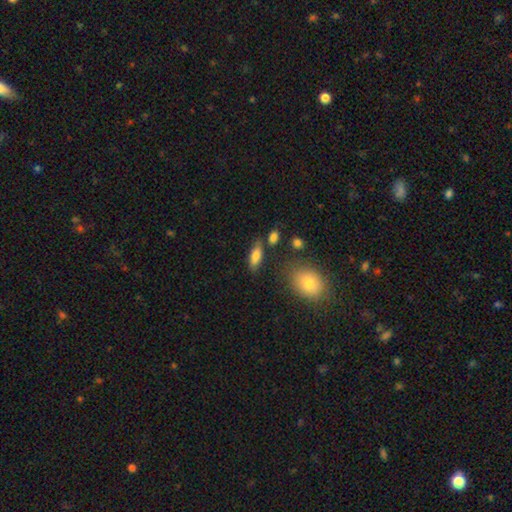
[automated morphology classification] A smooth galaxy with no disk features (78%) that is in between round and cigar-shaped (71%).

Vote fractions:
- Smooth or featured? smooth: 78% / featured or disk: 15% / star or artifact: 8%
- How rounded? in between: 71% / cigar-shaped: 26% / round: 4%
- Merging? none: 70% / minor disturbance: 17% / merger: 8% / major disturbance: 5%